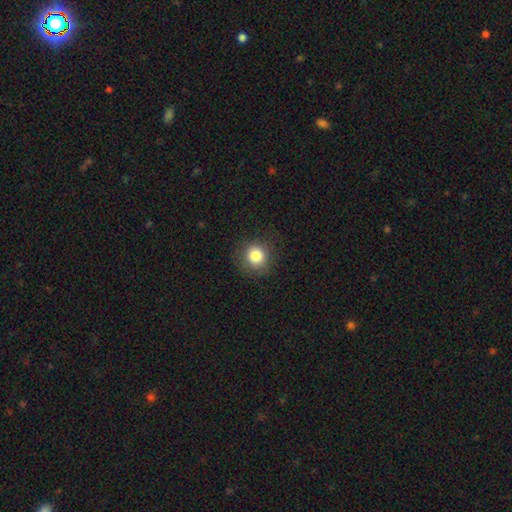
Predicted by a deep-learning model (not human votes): smooth 84%, star or artifact 11%, featured or disk 6%. Down the decision tree: how rounded — round (90%); merging — none (86%).